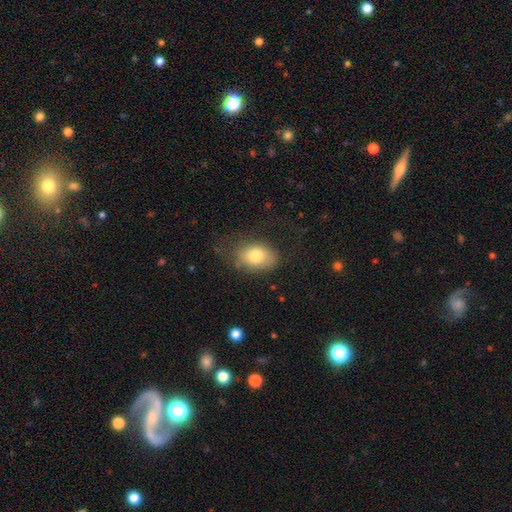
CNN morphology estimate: Smooth or featured? smooth (77%)
How rounded? in between (80%)
Merging? none (62%)